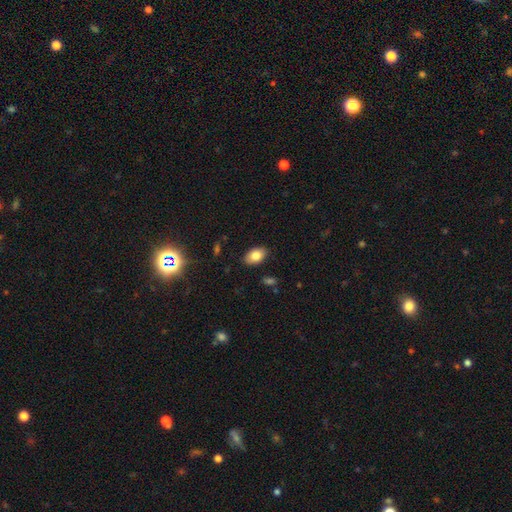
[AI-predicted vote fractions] Smooth or featured?
  - smooth: 81% *
  - featured or disk: 10%
  - star or artifact: 8%
How rounded?
  - in between: 90% *
  - round: 9%
  - cigar-shaped: 1%
Merging?
  - none: 87% *
  - minor disturbance: 10%
  - major disturbance: 2%
  - merger: 1%